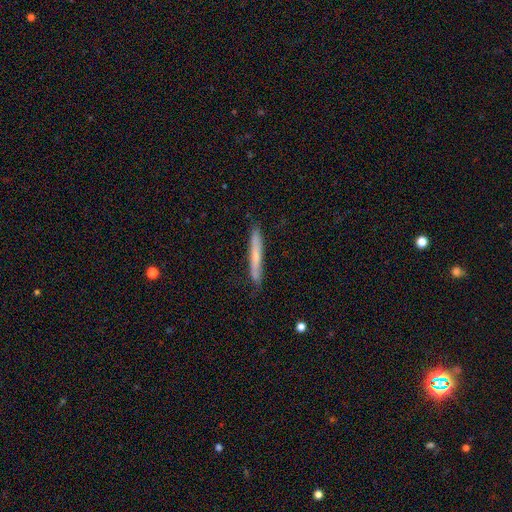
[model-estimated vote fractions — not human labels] smooth 54%, featured or disk 40%, star or artifact 6%. Down the decision tree: how rounded — cigar-shaped (96%); merging — none (85%).